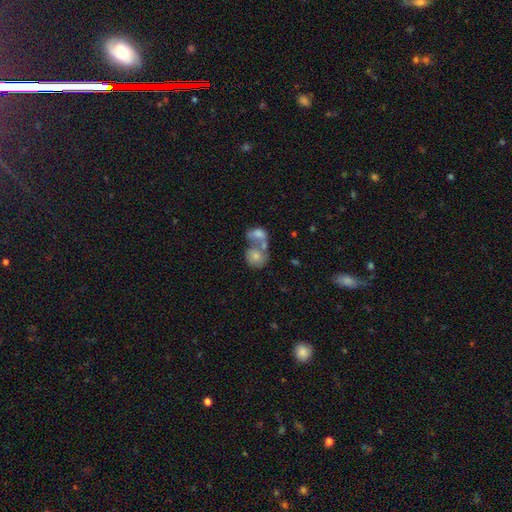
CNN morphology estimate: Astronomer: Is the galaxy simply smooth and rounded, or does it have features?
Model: smooth — 69%.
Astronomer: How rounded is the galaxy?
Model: round — 61% (runner-up: in between, 37%).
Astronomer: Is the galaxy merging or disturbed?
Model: merger — 67%.